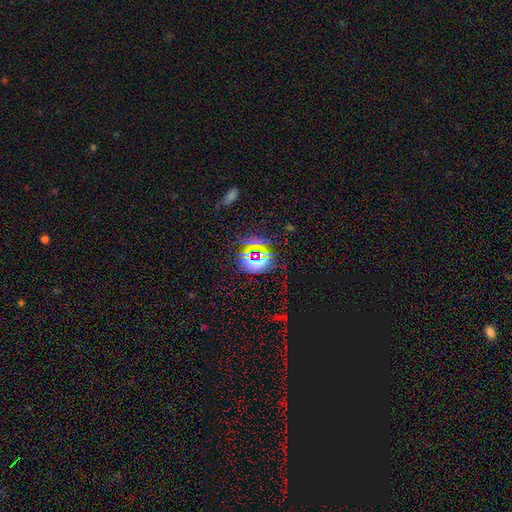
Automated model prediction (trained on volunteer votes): smooth-or-featured: star or artifact: 74% | smooth: 17% | featured or disk: 9%